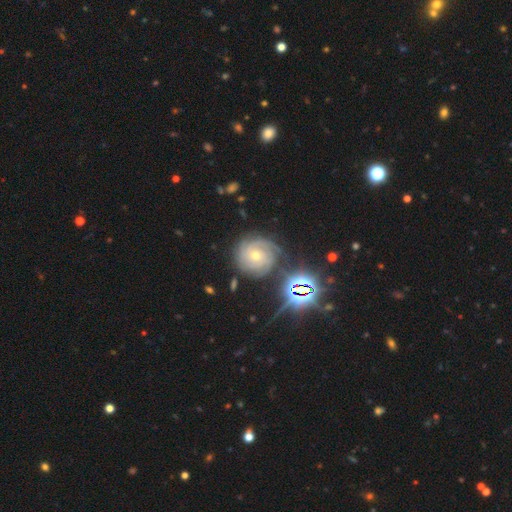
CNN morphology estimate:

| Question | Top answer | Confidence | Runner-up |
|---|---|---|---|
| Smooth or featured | featured or disk | 72% | star or artifact (16%) |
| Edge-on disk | no | 97% | yes (3%) |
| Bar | no | 75% | weak (19%) |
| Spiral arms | yes | 95% | no (5%) |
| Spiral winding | tight | 78% | medium (18%) |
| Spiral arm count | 3 | 30% | can't tell (29%) |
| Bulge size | small | 51% | moderate (45%) |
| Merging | none | 74% | minor disturbance (16%) |